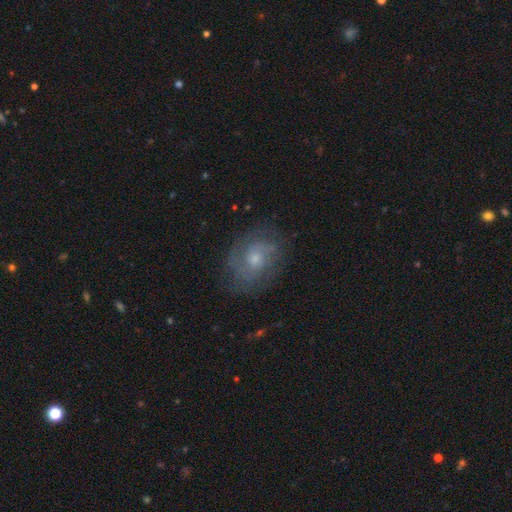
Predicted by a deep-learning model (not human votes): Smooth or featured: featured or disk — 66% (smooth — 19%)
Edge-on disk: no — 97% (yes — 3%)
Bar: no — 65% (weak — 30%)
Spiral arms: yes — 90% (no — 10%)
Spiral winding: tight — 52% (medium — 37%)
Spiral arm count: can't tell — 36% (2 — 35%)
Bulge size: moderate — 53% (small — 38%)
Merging: none — 80% (minor disturbance — 14%)